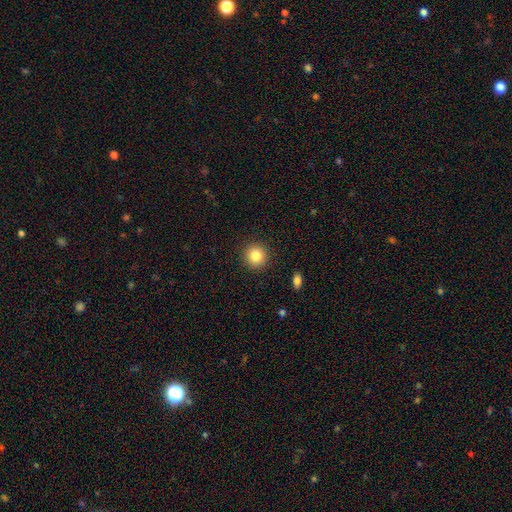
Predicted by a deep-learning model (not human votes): A smooth galaxy with no disk features (84%) that is round (93%). Merging: none (92%).